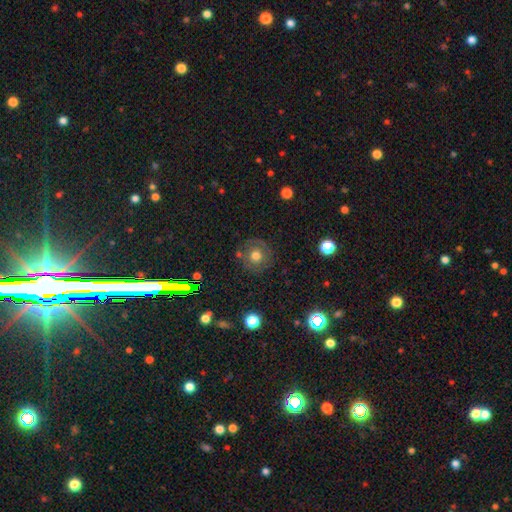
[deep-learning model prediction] The model was most divided on "smooth or featured": smooth: 59%, featured or disk: 28%, star or artifact: 13%. More confident: how rounded — round (93%); merging — none (80%).